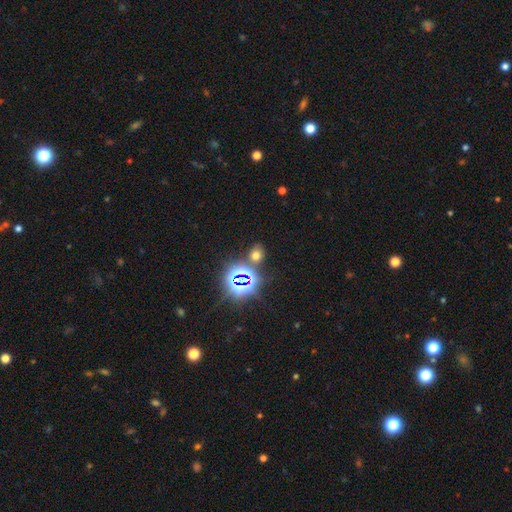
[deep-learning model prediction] This appears to be a smooth galaxy with no disk features (53%) that is round (52%). Merging: none (76%).